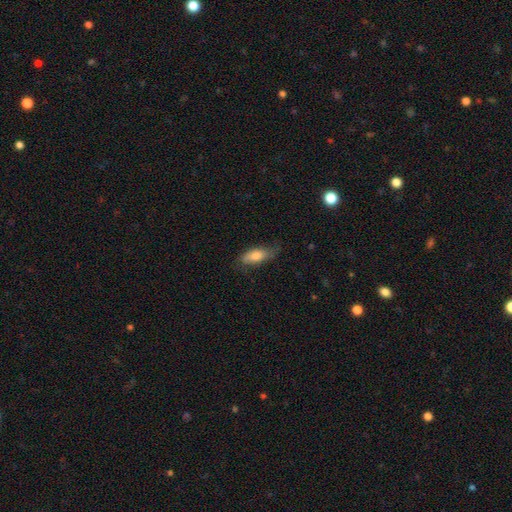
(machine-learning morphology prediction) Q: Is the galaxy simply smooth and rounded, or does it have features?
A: smooth — 70%.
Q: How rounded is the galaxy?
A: in between — 68%.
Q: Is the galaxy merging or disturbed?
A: none — 66%.